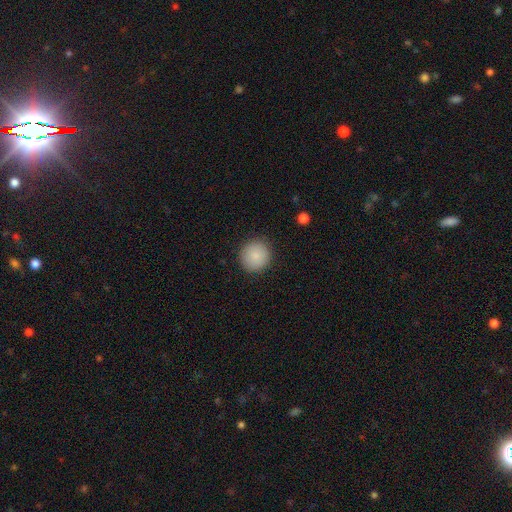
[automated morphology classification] Smooth or featured? smooth (88%)
How rounded? round (92%)
Merging? none (90%)